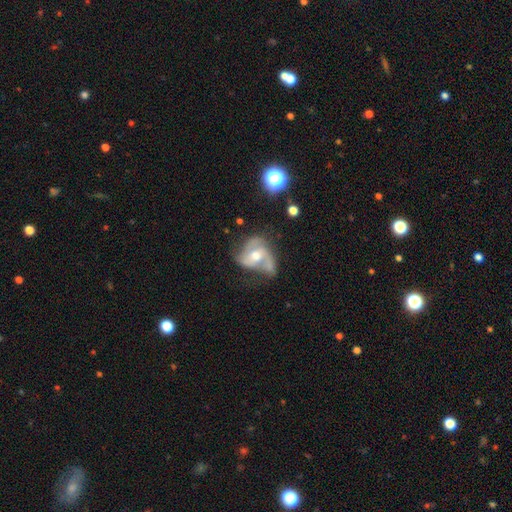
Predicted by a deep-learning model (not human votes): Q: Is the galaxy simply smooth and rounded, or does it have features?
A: featured or disk — 72%.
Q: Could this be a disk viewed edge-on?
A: no — 97%.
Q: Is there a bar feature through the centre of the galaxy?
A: no — 61%.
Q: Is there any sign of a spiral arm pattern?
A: yes — 82%.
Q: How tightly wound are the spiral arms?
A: medium — 47%.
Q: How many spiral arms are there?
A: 2 — 47%.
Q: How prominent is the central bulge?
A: moderate — 70%.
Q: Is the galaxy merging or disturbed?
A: none — 32%.